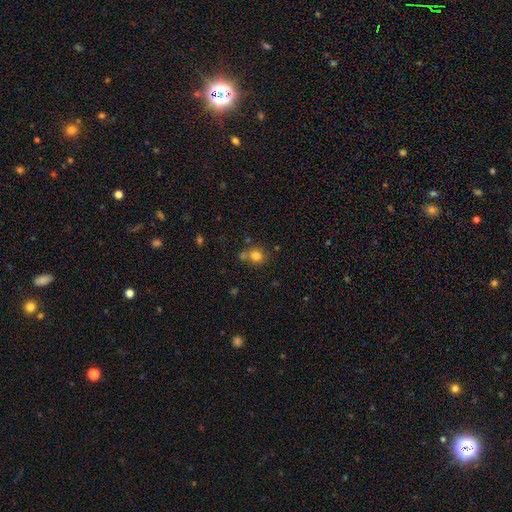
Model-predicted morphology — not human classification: smooth 79%, star or artifact 13%, featured or disk 8%. Down the decision tree: how rounded — round (79%); merging — none (60%).